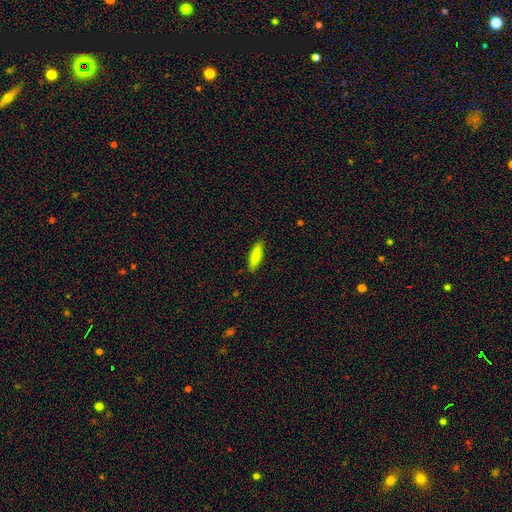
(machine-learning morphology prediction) This is clearly a smooth galaxy (86%). How rounded: possibly cigar-shaped (60%). Merging: clearly none (89%).